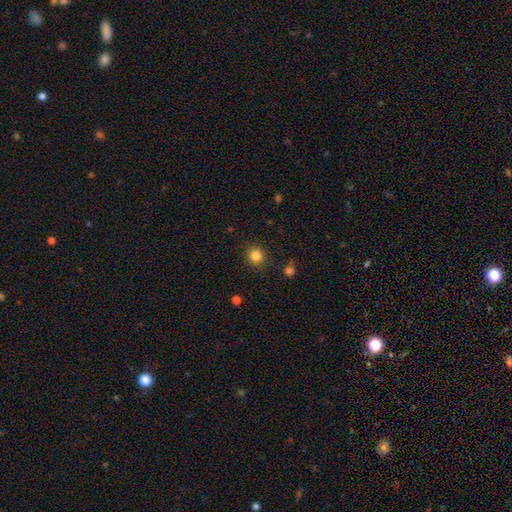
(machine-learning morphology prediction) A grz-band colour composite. It shows a smooth galaxy with no disk features (84%) that is round (92%). Merging: none (88%).